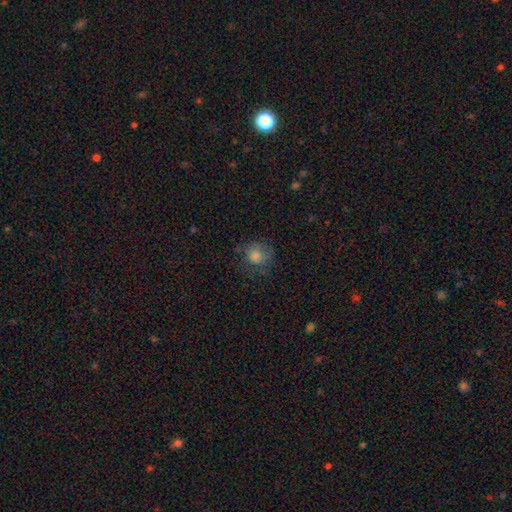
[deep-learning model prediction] Smooth or featured: smooth — 69% (featured or disk — 15%)
How rounded: round — 79% (in between — 20%)
Merging: none — 64% (minor disturbance — 21%)